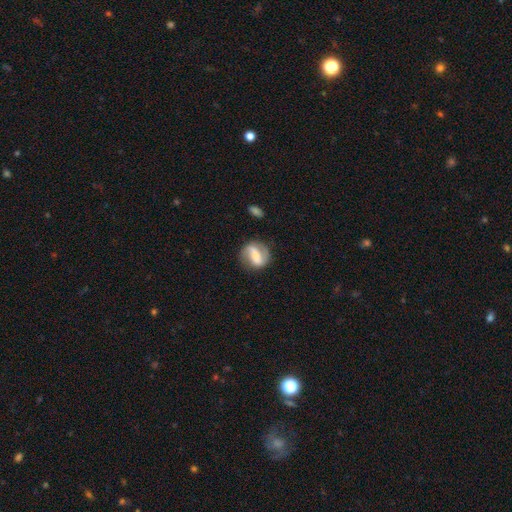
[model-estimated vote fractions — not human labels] A featured or disk galaxy (64%) with a strong bar (53%), spiral arms (80%) and a small central bulge (42%). Merging: none (75%).